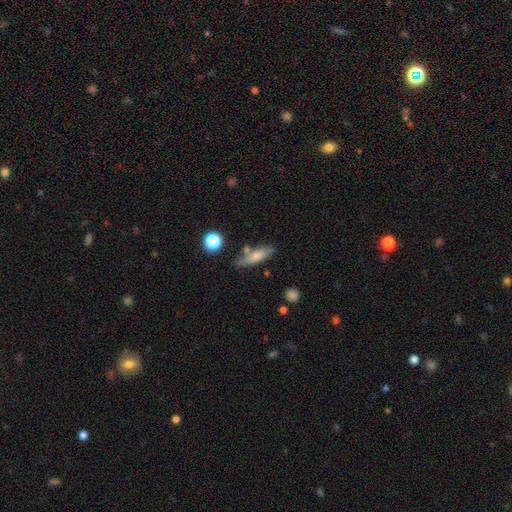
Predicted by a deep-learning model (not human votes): The model was most divided on "how rounded": cigar-shaped: 52%, in between: 45%, round: 3%. More confident: smooth or featured — smooth (72%); merging — none (67%).